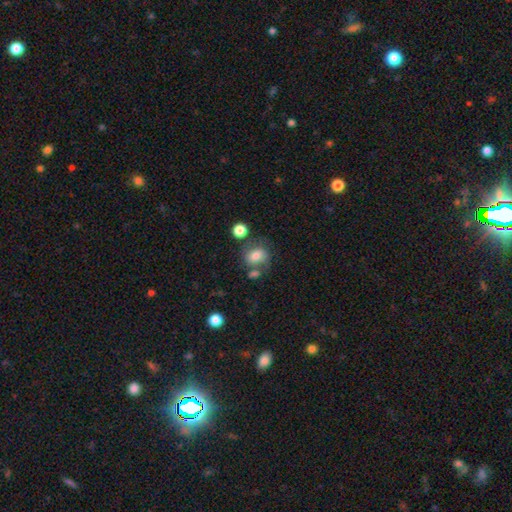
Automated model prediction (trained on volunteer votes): This is likely a smooth galaxy (75%). How rounded: possibly round (55%). Merging: possibly none (55%).